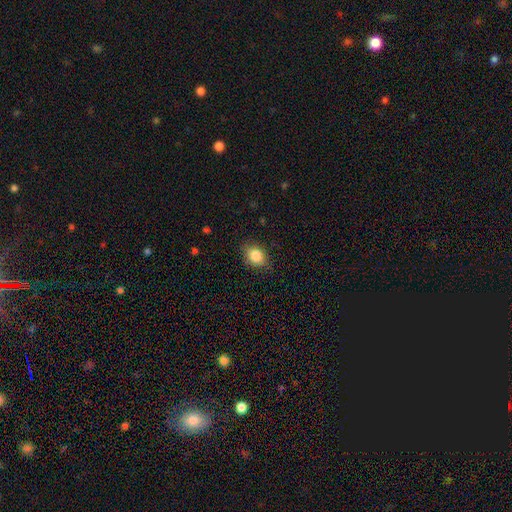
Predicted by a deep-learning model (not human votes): Q: Smooth or featured?
A: smooth (84%); runner-up: star or artifact (9%)
Q: How rounded?
A: in between (68%); runner-up: round (30%)
Q: Merging?
A: none (81%); runner-up: minor disturbance (15%)